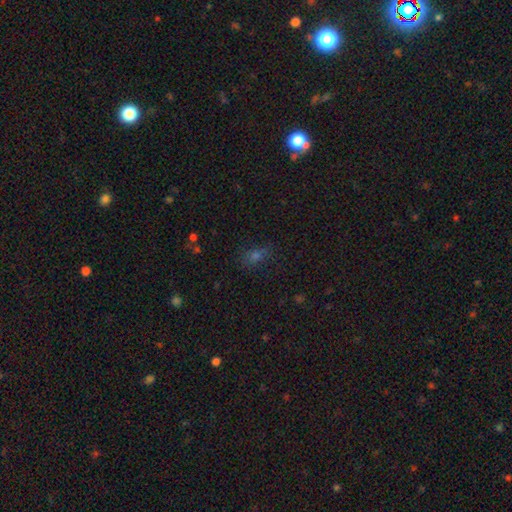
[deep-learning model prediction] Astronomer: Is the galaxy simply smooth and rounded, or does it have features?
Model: smooth — 54% (runner-up: star or artifact, 34%).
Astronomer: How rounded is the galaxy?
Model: in between — 62%.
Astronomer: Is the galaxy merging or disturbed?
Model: none — 73%.